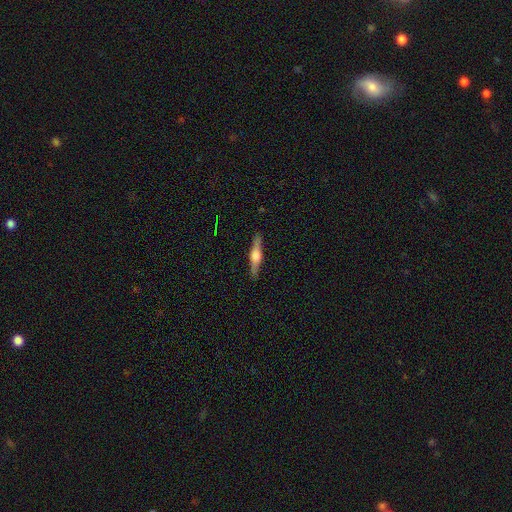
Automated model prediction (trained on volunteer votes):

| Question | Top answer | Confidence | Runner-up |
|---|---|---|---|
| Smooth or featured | featured or disk | 71% | smooth (23%) |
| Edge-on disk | yes | 98% | no (2%) |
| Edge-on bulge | rounded | 88% | boxy (10%) |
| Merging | none | 90% | minor disturbance (7%) |